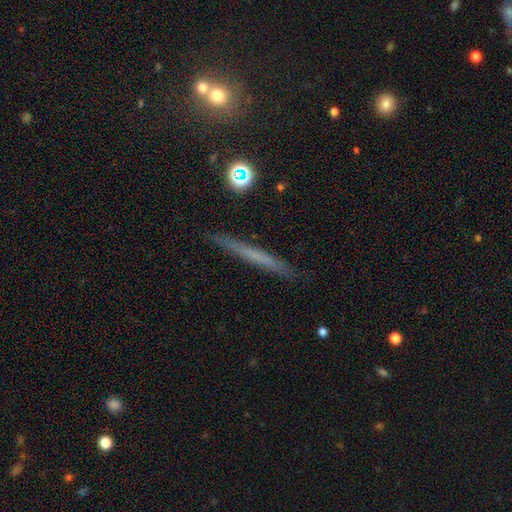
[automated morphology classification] Smooth or featured?
  - smooth: 49% *
  - featured or disk: 42%
  - star or artifact: 9%
Merging?
  - none: 89% *
  - minor disturbance: 8%
  - major disturbance: 2%
  - merger: 1%